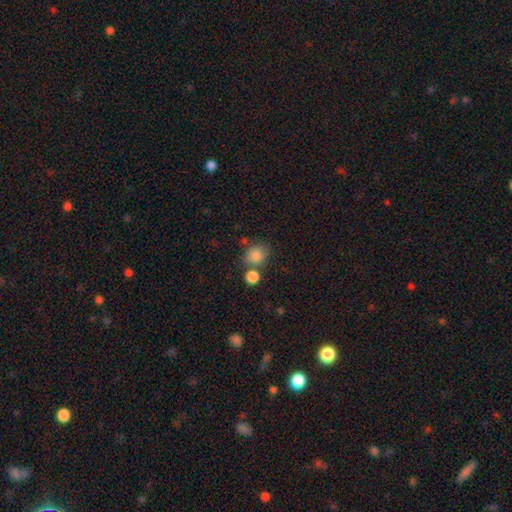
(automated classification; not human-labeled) Smooth or featured? Predicted: smooth (p=0.83). How rounded? Predicted: round (p=0.63). Merging? Predicted: none (p=0.55).